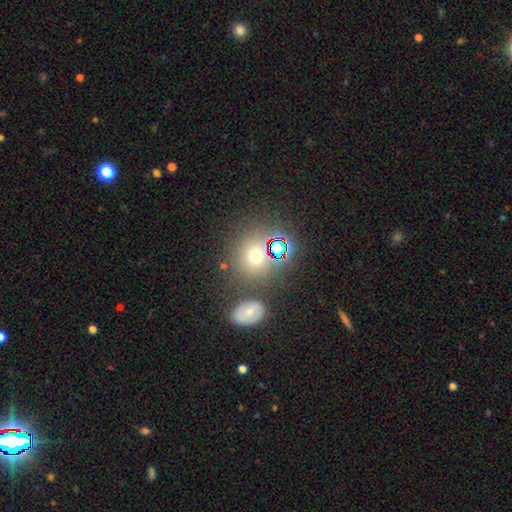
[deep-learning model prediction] This appears to be a smooth galaxy with no disk features (61%) that is round (81%). Merging: none (74%).